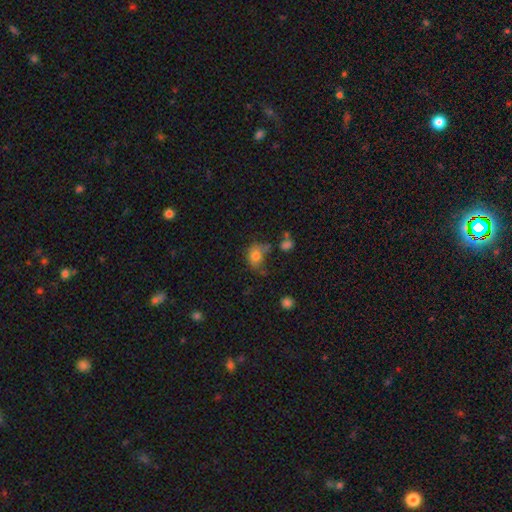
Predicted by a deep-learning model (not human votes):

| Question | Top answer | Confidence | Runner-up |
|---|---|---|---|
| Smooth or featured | smooth | 77% | star or artifact (12%) |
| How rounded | in between | 57% | round (42%) |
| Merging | none | 45% | minor disturbance (26%) |